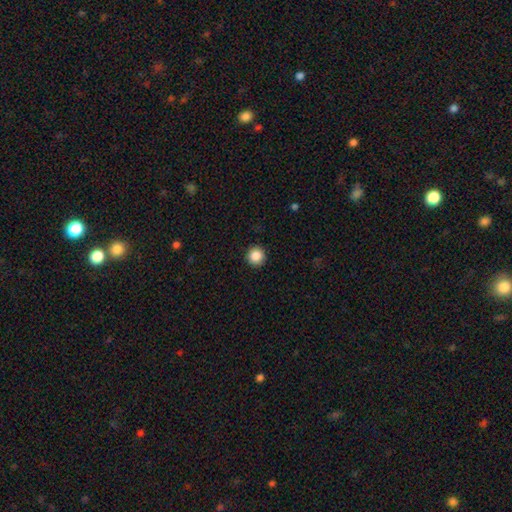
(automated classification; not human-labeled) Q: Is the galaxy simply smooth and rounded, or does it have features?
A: smooth — 87%.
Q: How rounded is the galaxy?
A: round — 95%.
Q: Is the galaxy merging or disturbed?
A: none — 92%.